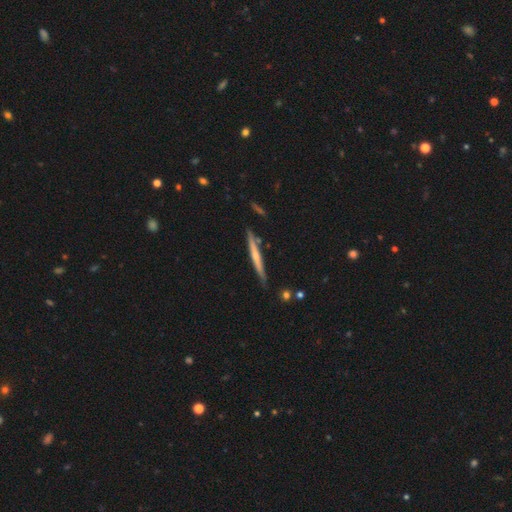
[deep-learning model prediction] Smooth or featured? featured or disk (59%)
Edge-on disk? yes (96%)
Edge-on bulge? rounded (50%)
Merging? none (84%)